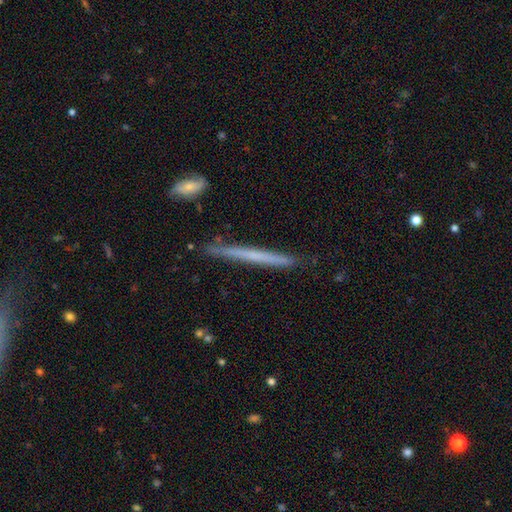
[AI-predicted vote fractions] Q: Smooth or featured?
A: featured or disk (47%); runner-up: smooth (46%)
Q: Merging?
A: none (86%); runner-up: minor disturbance (10%)